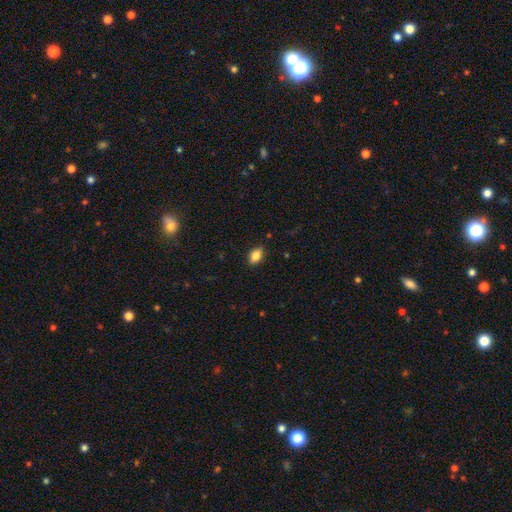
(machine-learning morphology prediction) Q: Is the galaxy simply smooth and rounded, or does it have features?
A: smooth — 82%.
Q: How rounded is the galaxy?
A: in between — 87%.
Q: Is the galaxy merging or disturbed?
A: none — 85%.